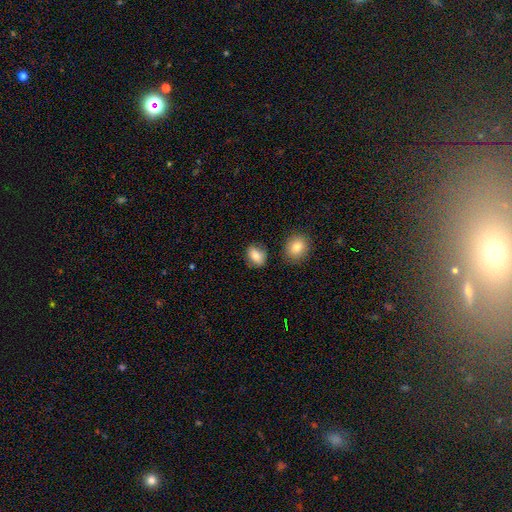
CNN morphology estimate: Smooth or featured? smooth (80%)
How rounded? in between (66%)
Merging? none (77%)